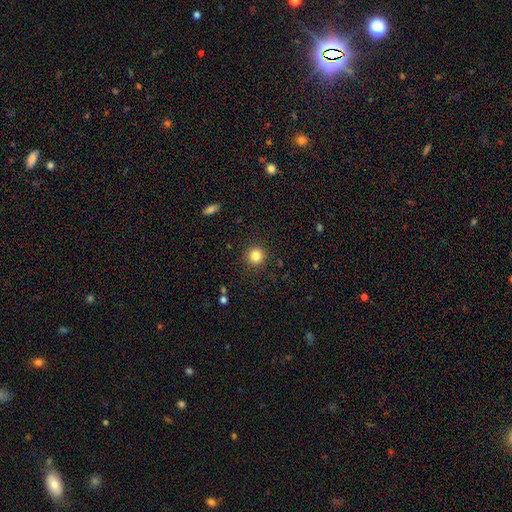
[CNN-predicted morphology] smooth_or_featured: smooth (p=0.83) [alt: star or artifact p=0.11]
how_rounded: round (p=0.93) [alt: in between p=0.06]
merging: none (p=0.90) [alt: minor disturbance p=0.06]